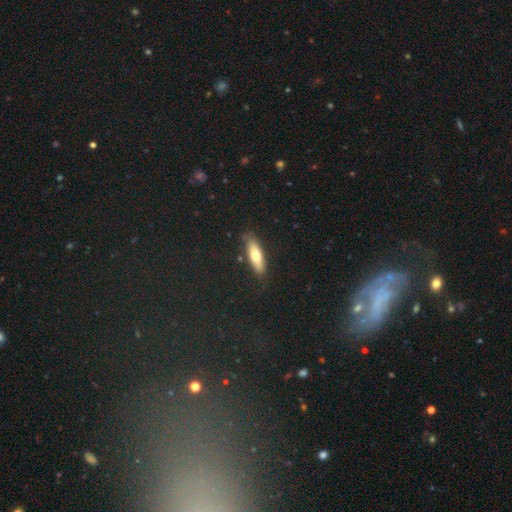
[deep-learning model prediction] smooth 66%, featured or disk 27%, star or artifact 7%. Down the decision tree: how rounded — in between (52%); merging — none (84%).